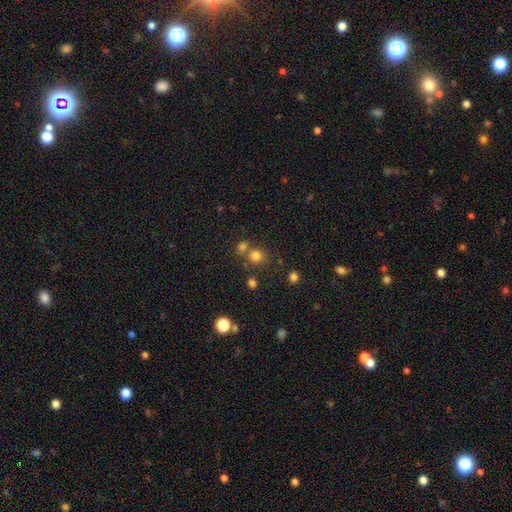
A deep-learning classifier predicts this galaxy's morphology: smooth_or_featured: smooth (p=0.75) [alt: star or artifact p=0.17]
how_rounded: round (p=0.86) [alt: in between p=0.13]
merging: none (p=0.61) [alt: merger p=0.28]